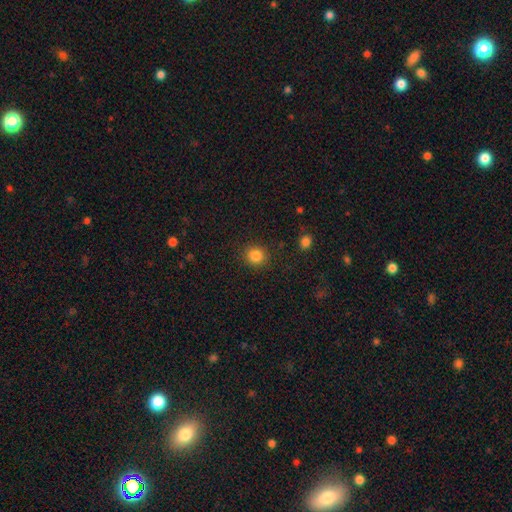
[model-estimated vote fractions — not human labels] Smooth or featured: smooth — 85% (star or artifact — 11%)
How rounded: round — 89% (in between — 10%)
Merging: none — 90% (minor disturbance — 7%)